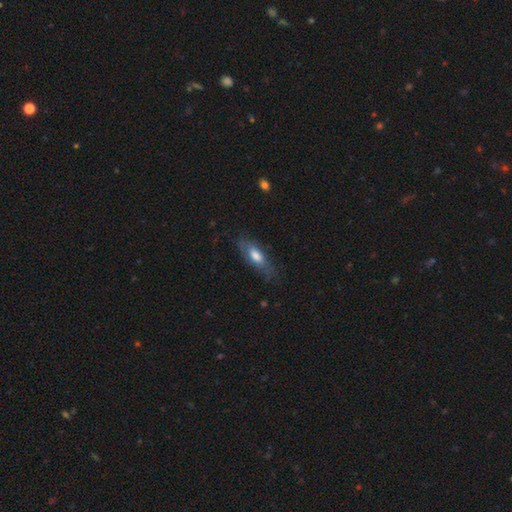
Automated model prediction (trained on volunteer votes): Smooth or featured? Predicted: smooth (p=0.64). How rounded? Predicted: in between (p=0.69). Merging? Predicted: none (p=0.68).